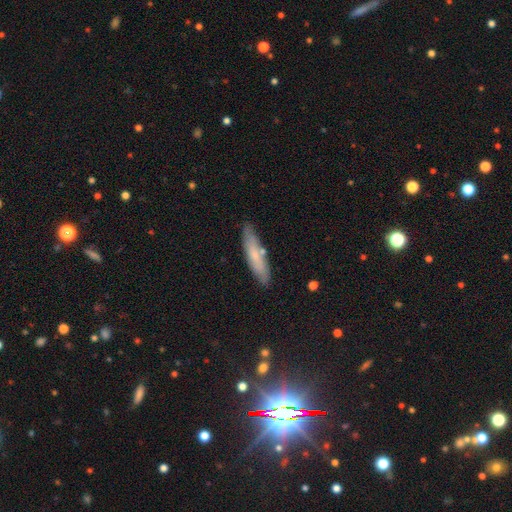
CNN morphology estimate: Smooth or featured?
  - smooth: 68% *
  - featured or disk: 26%
  - star or artifact: 7%
How rounded?
  - cigar-shaped: 80% *
  - in between: 18%
  - round: 1%
Merging?
  - none: 79% *
  - minor disturbance: 14%
  - merger: 4%
  - major disturbance: 3%